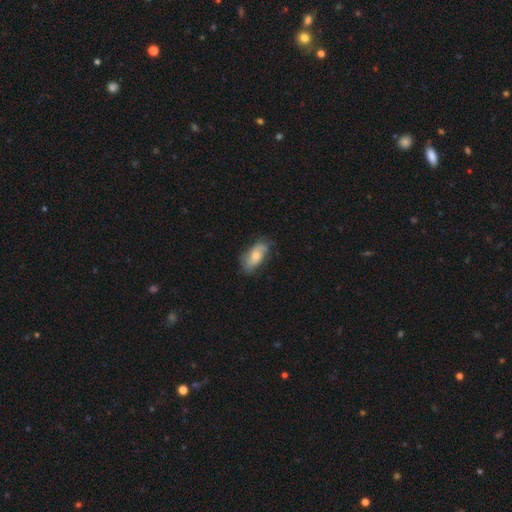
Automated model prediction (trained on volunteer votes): smooth 56%, featured or disk 37%, star or artifact 7%. Down the decision tree: how rounded — in between (87%); merging — none (65%).